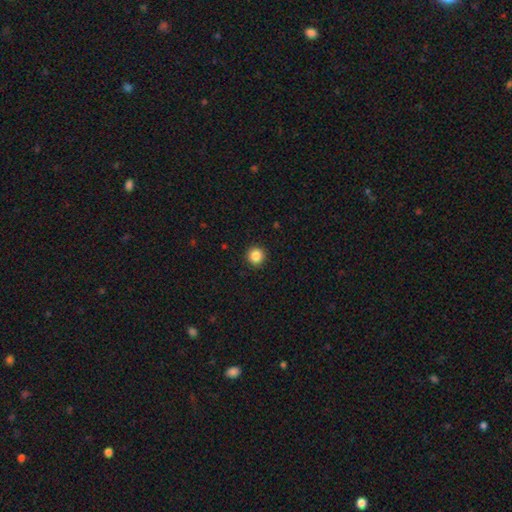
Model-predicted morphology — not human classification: type=smooth (86%); roundness=round (95%); merging=none (93%).